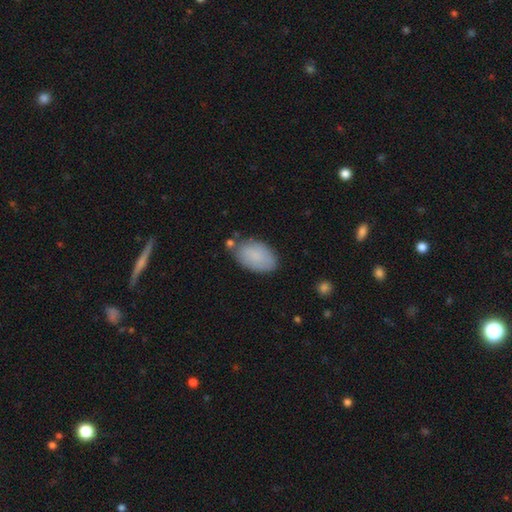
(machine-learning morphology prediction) This is clearly a smooth galaxy (83%). How rounded: clearly in between (94%). Merging: likely none (72%).